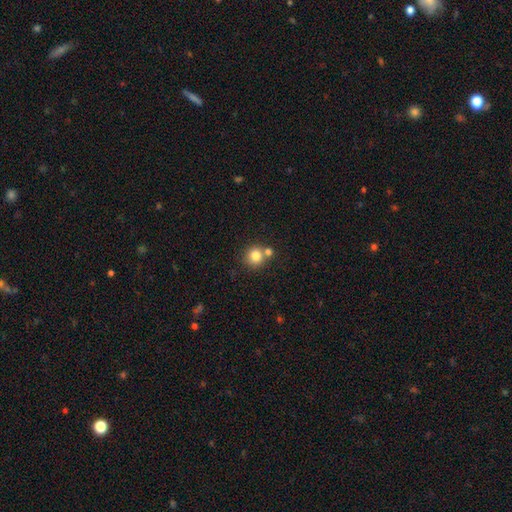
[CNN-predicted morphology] Q: Smooth or featured?
A: smooth (81%); runner-up: star or artifact (11%)
Q: How rounded?
A: round (90%); runner-up: in between (9%)
Q: Merging?
A: none (61%); runner-up: merger (28%)